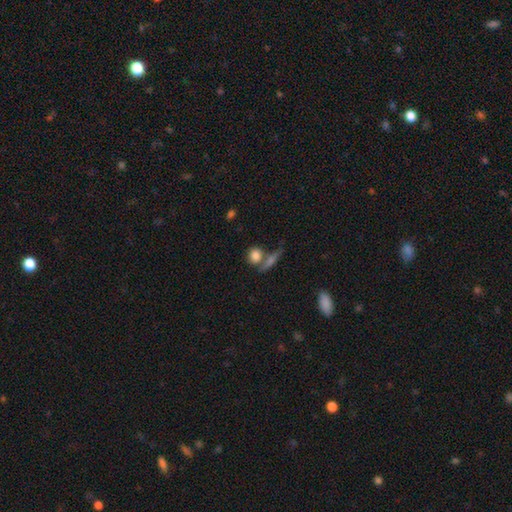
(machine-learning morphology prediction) A smooth galaxy with no disk features (80%) that is round (68%). Merging: none (54%).